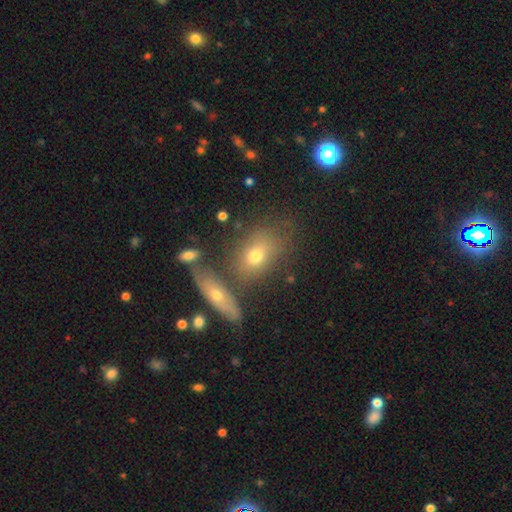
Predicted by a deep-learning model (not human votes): Overall: smooth (65%). How rounded: in between (73%). Merging: none (59%; merger 20%).